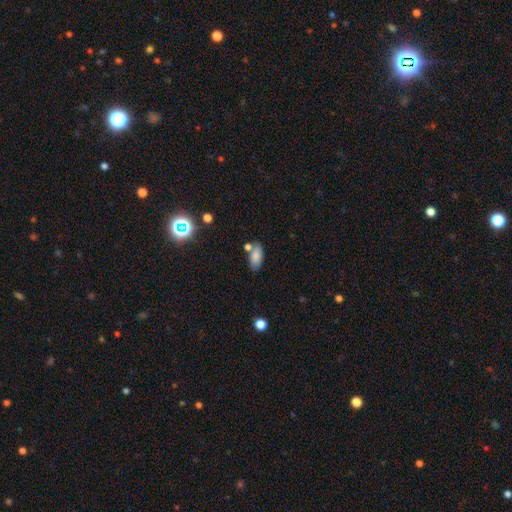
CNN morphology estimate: Smooth or featured? Predicted: smooth (p=0.81). How rounded? Predicted: in between (p=0.90). Merging? Predicted: none (p=0.64).